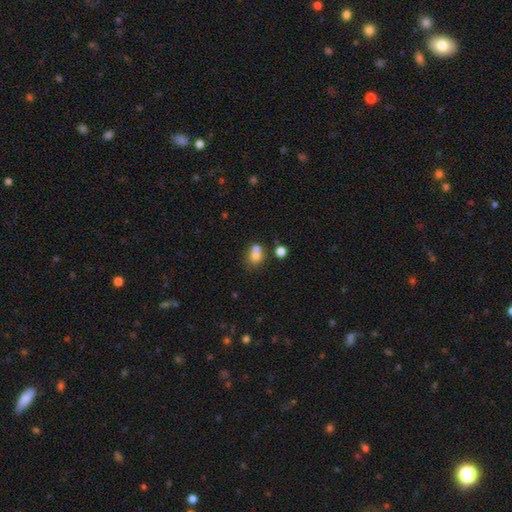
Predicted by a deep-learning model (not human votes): smooth_or_featured: smooth (p=0.71) [alt: featured or disk p=0.16]
how_rounded: round (p=0.68) [alt: in between p=0.31]
merging: merger (p=0.50) [alt: none p=0.37]